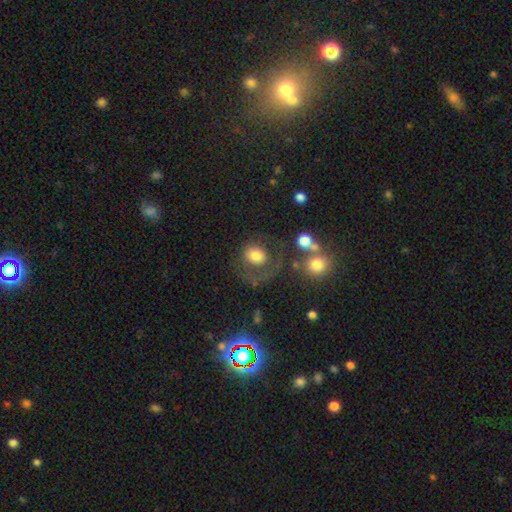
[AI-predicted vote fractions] The model was most divided on "merging": none: 45%, major disturbance: 28%, minor disturbance: 18%, merger: 8%. More confident: how rounded — round (69%); smooth or featured — smooth (67%).